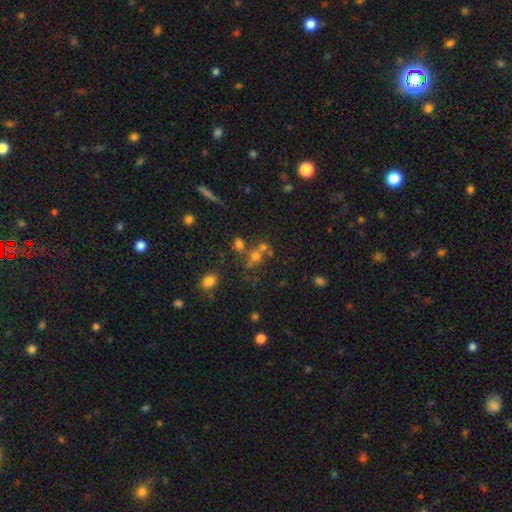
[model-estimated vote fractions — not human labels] smooth 51%, star or artifact 30%, featured or disk 19%. Down the decision tree: how rounded — round (75%); merging — none (46%).